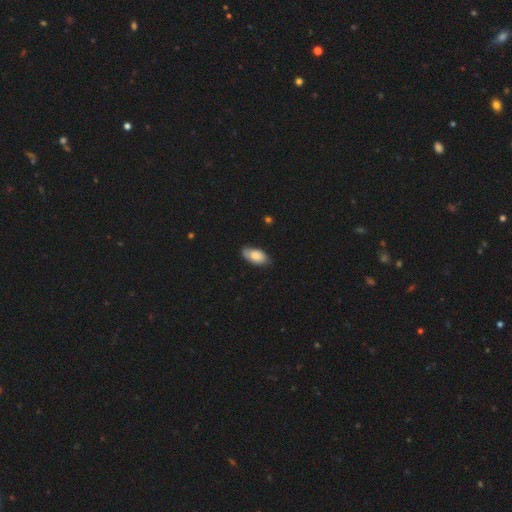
A smooth galaxy with no disk features (74%) that is in between round and cigar-shaped (100%).

Vote fractions:
- Smooth or featured? smooth: 74% / featured or disk: 24% / star or artifact: 3%
- How rounded? in between: 100% / round: 0% / cigar-shaped: 0%
- Merging? none: 73% / minor disturbance: 27% / major disturbance: 0% / merger: 0%